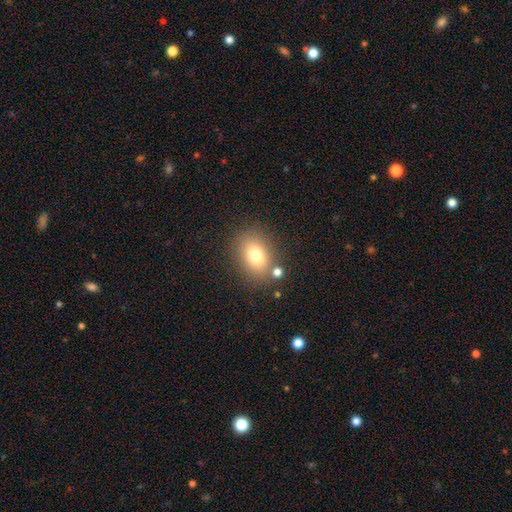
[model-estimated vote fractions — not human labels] Smooth or featured: smooth — 76% (star or artifact — 12%)
How rounded: in between — 65% (round — 34%)
Merging: none — 77% (minor disturbance — 11%)